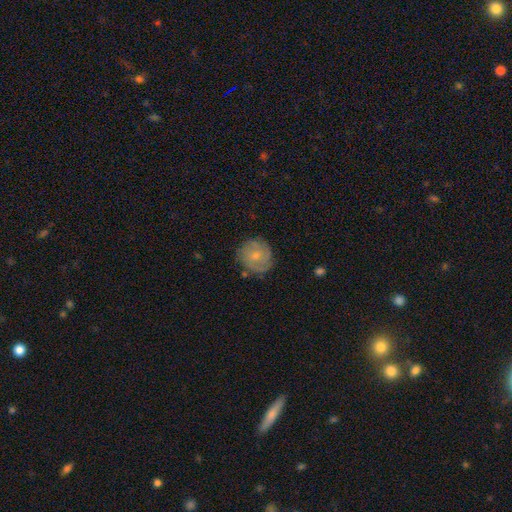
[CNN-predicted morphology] Smooth or featured? Predicted: featured or disk (p=0.48). Merging? Predicted: none (p=0.77).